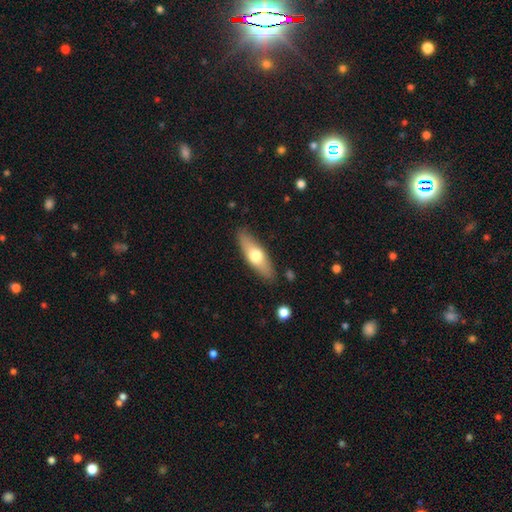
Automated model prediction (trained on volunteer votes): Smooth or featured: smooth — 57% (featured or disk — 38%)
How rounded: in between — 49% (cigar-shaped — 48%)
Merging: none — 86% (minor disturbance — 10%)